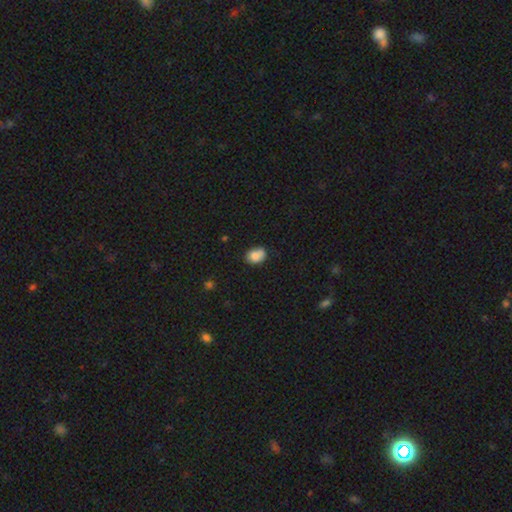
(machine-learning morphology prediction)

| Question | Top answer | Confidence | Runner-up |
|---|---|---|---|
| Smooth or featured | smooth | 84% | star or artifact (9%) |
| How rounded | in between | 75% | round (24%) |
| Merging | none | 65% | minor disturbance (26%) |